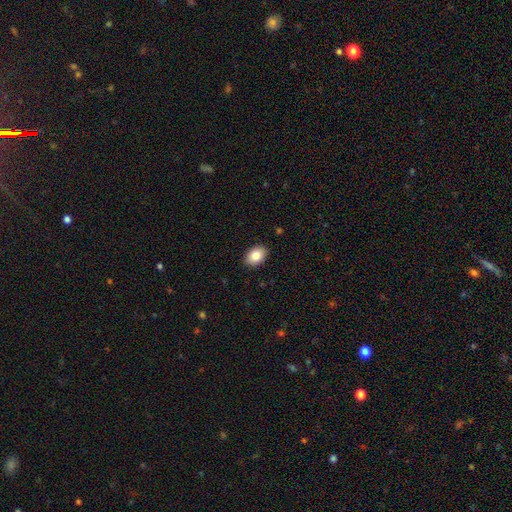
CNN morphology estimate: Smooth or featured? Predicted: smooth (p=0.86). How rounded? Predicted: in between (p=0.86). Merging? Predicted: none (p=0.90).